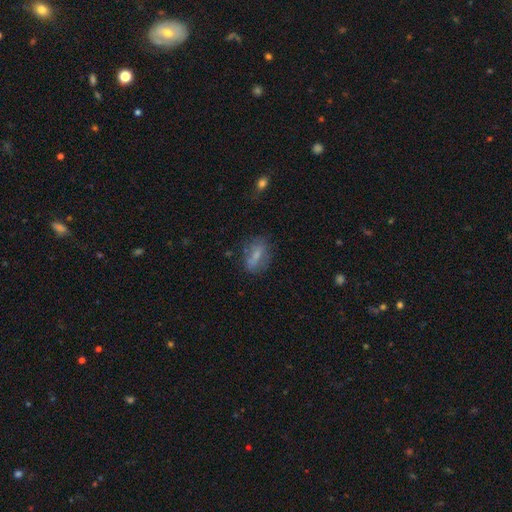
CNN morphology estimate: This is likely a smooth galaxy (64%). How rounded: likely in between (70%). Merging: likely none (69%).